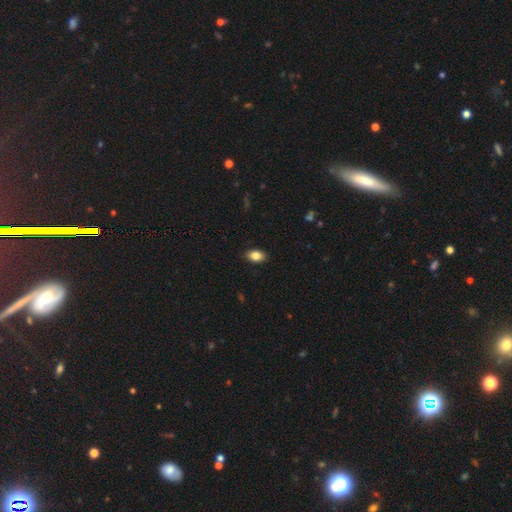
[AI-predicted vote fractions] Smooth or featured: smooth — 85% (star or artifact — 8%)
How rounded: in between — 89% (round — 9%)
Merging: none — 89% (minor disturbance — 8%)